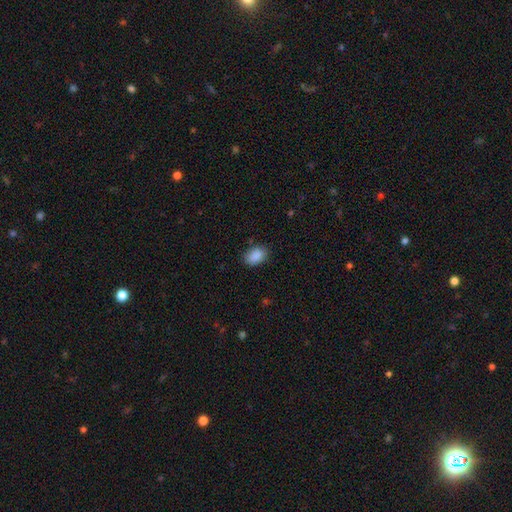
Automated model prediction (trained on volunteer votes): Smooth or featured? Predicted: smooth (p=0.89). How rounded? Predicted: in between (p=0.86). Merging? Predicted: none (p=0.82).